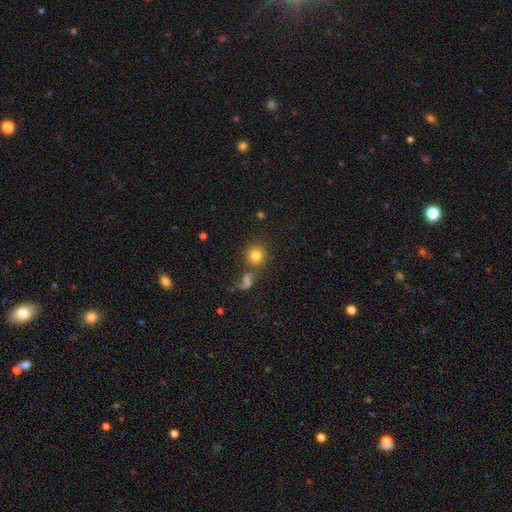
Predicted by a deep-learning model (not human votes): A smooth galaxy with no disk features (80%) that is round (91%). Merging: none (68%).